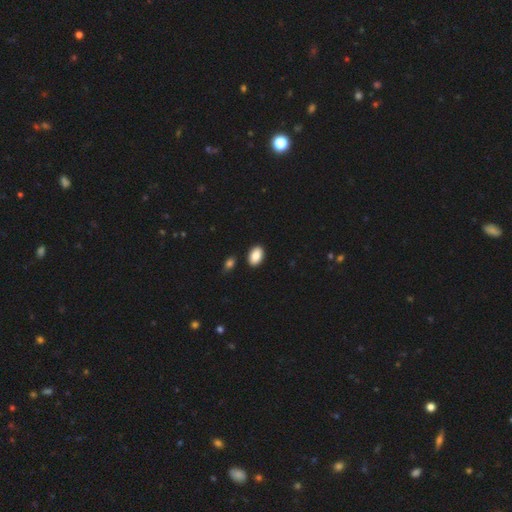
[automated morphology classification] type=smooth (86%); roundness=in between (90%); merging=none (88%).